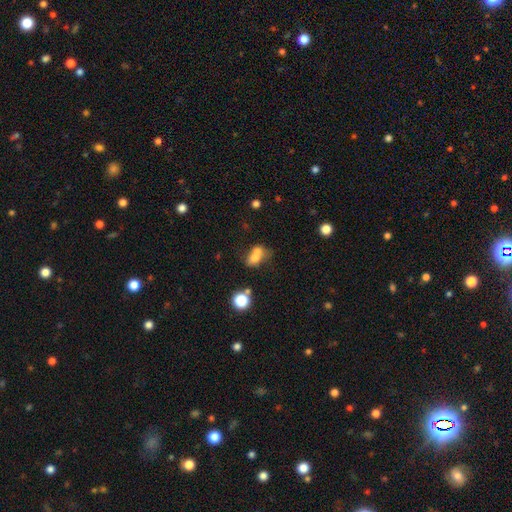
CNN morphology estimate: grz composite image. It shows a smooth galaxy with no disk features (67%) that is in between round and cigar-shaped (61%). Merging: merger (57%).